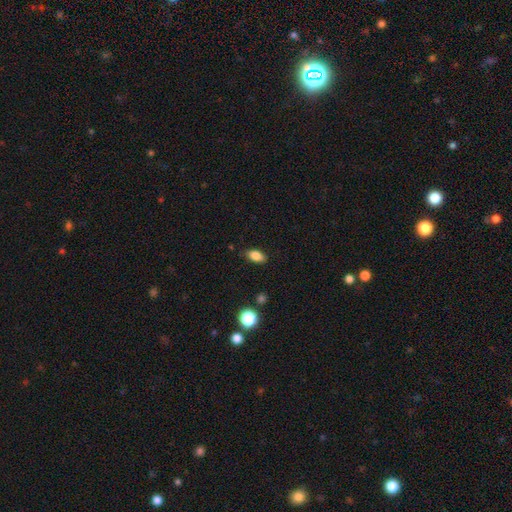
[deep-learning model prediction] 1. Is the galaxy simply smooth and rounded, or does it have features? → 84% smooth, 9% star or artifact, 7% featured or disk.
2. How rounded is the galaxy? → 88% in between, 7% round, 5% cigar-shaped.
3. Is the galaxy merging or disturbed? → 83% none, 13% minor disturbance, 3% major disturbance, 1% merger.